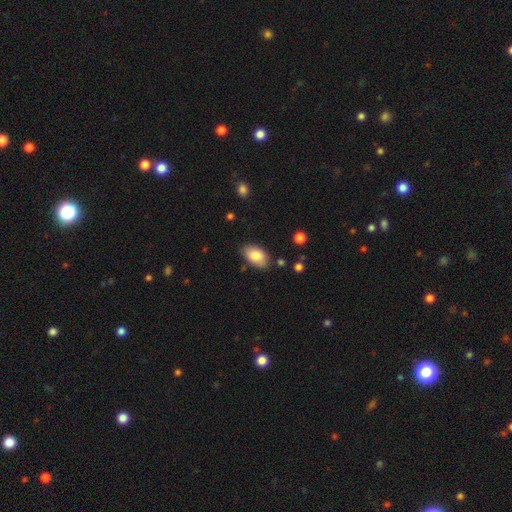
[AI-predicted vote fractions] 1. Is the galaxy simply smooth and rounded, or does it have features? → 84% smooth, 10% featured or disk, 7% star or artifact.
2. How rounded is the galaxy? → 94% in between, 5% round, 1% cigar-shaped.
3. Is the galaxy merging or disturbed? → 81% none, 14% minor disturbance, 3% major disturbance, 2% merger.